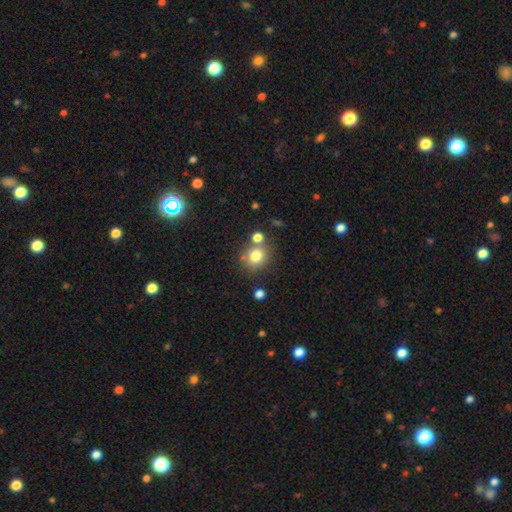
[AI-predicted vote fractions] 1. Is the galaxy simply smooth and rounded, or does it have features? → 78% smooth, 13% star or artifact, 9% featured or disk.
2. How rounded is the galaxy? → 81% round, 19% in between, 1% cigar-shaped.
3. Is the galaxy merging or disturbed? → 69% none, 16% merger, 11% minor disturbance, 4% major disturbance.